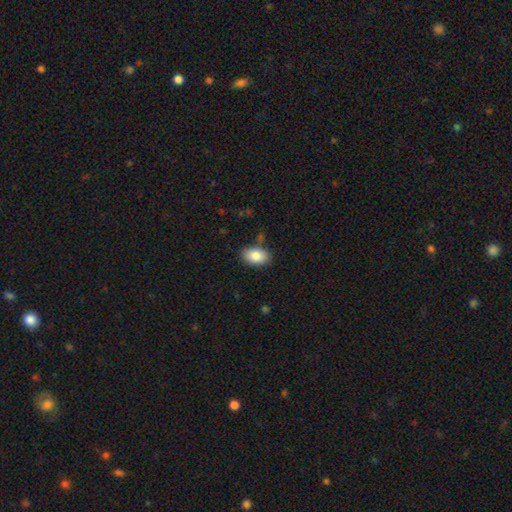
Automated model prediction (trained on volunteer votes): smooth_or_featured: smooth (p=0.84) [alt: featured or disk p=0.09]
how_rounded: in between (p=0.91) [alt: round p=0.08]
merging: none (p=0.85) [alt: minor disturbance p=0.10]